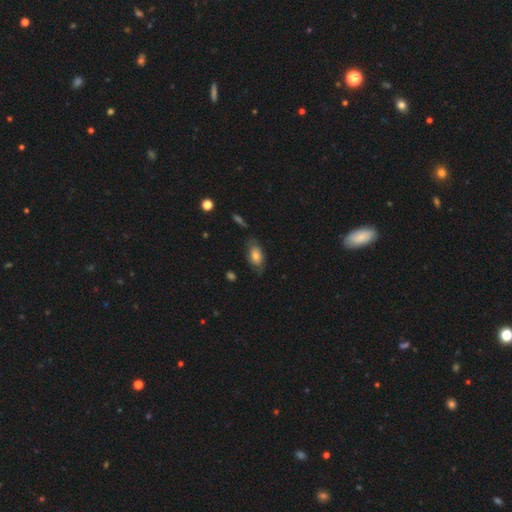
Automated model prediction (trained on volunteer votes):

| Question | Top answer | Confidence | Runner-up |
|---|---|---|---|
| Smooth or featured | smooth | 69% | featured or disk (24%) |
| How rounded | in between | 90% | round (5%) |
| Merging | none | 65% | minor disturbance (25%) |